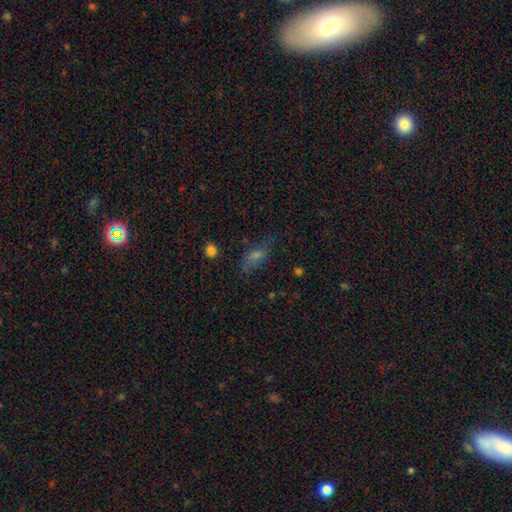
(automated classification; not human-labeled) smooth 51%, featured or disk 27%, star or artifact 22%. Down the decision tree: how rounded — in between (73%); merging — none (62%).